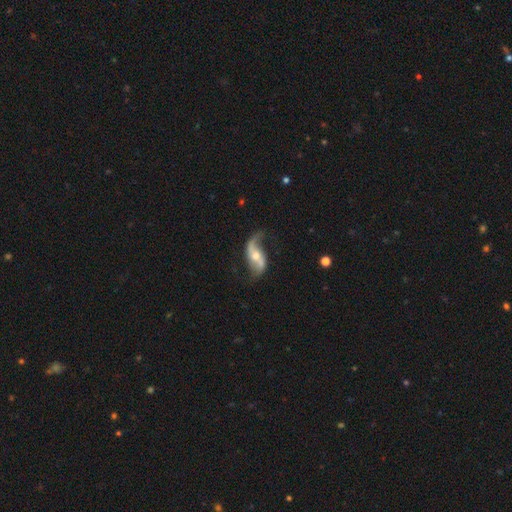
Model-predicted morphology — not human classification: Smooth or featured? featured or disk (86%)
Edge-on disk? no (95%)
Bar? no (42%)
Spiral arms? yes (95%)
Spiral winding? loose (85%)
Spiral arm count? 2 (90%)
Bulge size? moderate (57%)
Merging? none (66%)